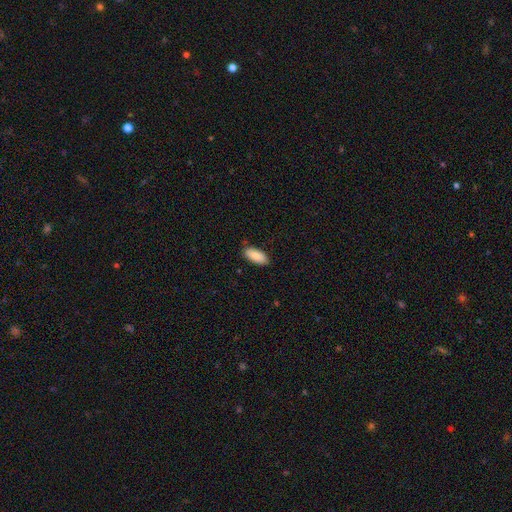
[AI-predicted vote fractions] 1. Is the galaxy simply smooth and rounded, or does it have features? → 88% smooth, 6% featured or disk, 6% star or artifact.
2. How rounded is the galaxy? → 89% in between, 10% cigar-shaped, 2% round.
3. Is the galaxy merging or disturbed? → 83% none, 13% minor disturbance, 2% major disturbance, 1% merger.